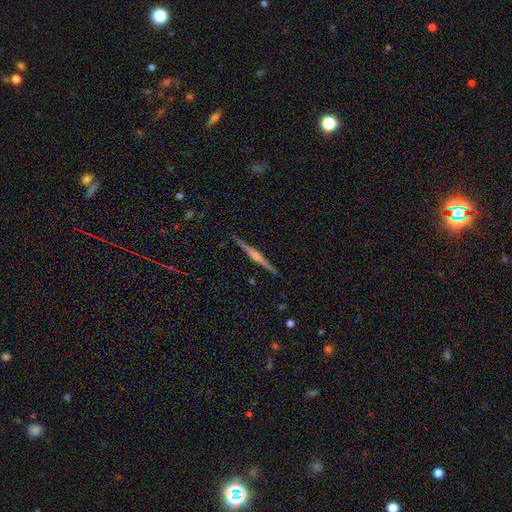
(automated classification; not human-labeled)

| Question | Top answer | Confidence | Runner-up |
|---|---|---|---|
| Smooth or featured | featured or disk | 77% | smooth (16%) |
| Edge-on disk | yes | 99% | no (1%) |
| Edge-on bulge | rounded | 64% | boxy (20%) |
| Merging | none | 91% | minor disturbance (6%) |